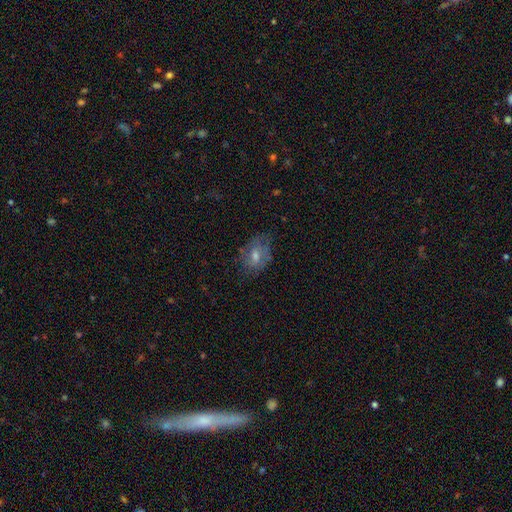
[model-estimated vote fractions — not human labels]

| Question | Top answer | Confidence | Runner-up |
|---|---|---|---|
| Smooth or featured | featured or disk | 45% | smooth (41%) |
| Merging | none | 64% | minor disturbance (23%) |